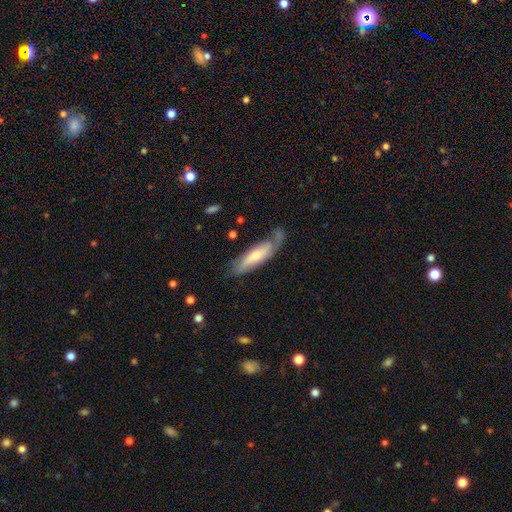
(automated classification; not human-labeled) Smooth or featured? smooth (53%)
How rounded? cigar-shaped (58%)
Merging? none (56%)